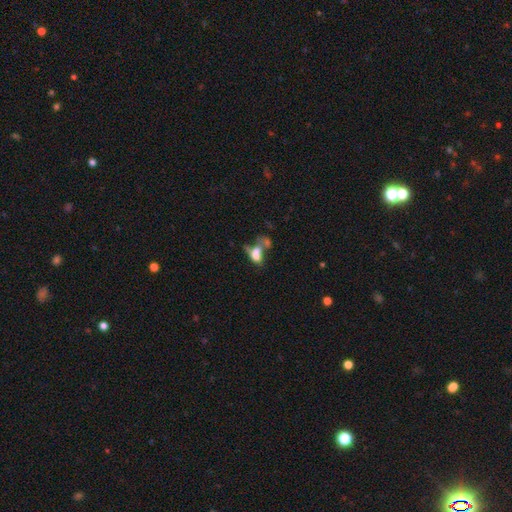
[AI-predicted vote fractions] A smooth galaxy with no disk features (59%) that is in between round and cigar-shaped (82%).

Vote fractions:
- Smooth or featured? smooth: 59% / featured or disk: 28% / star or artifact: 13%
- How rounded? in between: 82% / round: 12% / cigar-shaped: 7%
- Merging? merger: 49% / major disturbance: 23% / none: 17% / minor disturbance: 11%